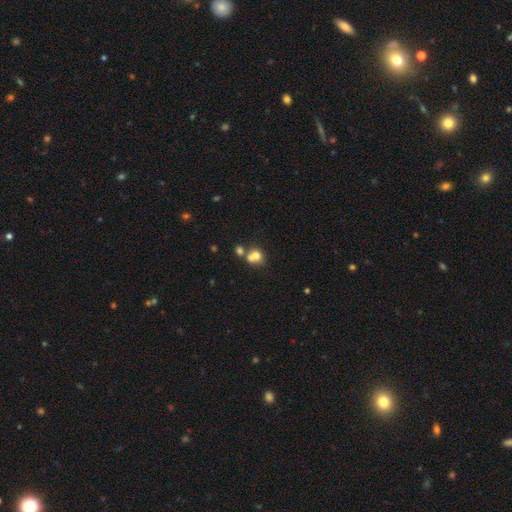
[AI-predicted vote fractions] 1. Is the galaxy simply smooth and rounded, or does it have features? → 73% smooth, 15% featured or disk, 12% star or artifact.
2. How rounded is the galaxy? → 74% round, 25% in between, 1% cigar-shaped.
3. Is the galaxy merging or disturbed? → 52% merger, 35% none, 9% minor disturbance, 4% major disturbance.